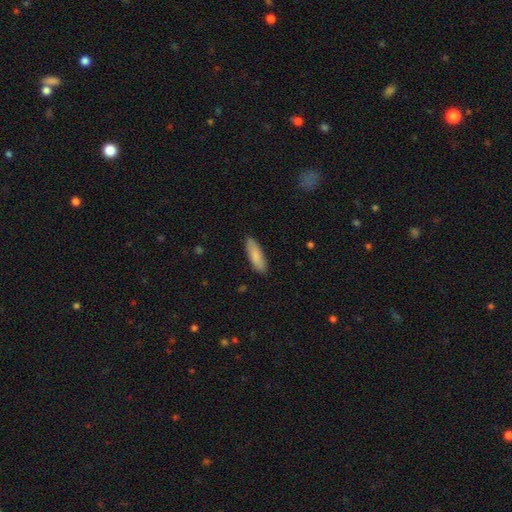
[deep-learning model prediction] A smooth galaxy with no disk features (85%) that is cigar-shaped (50%). Merging: none (89%).